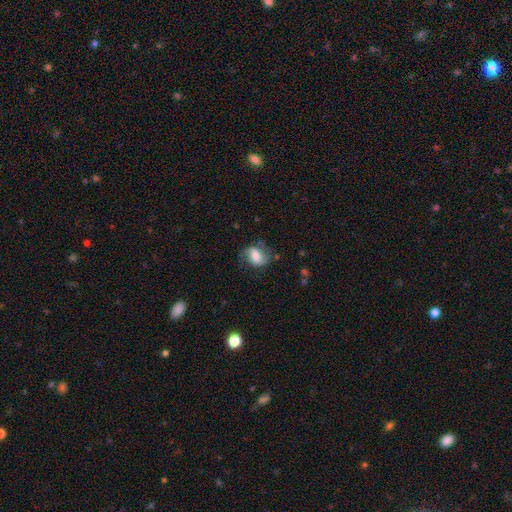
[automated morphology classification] Smooth or featured: smooth — 52% (featured or disk — 40%)
How rounded: in between — 66% (round — 32%)
Merging: none — 60% (minor disturbance — 25%)